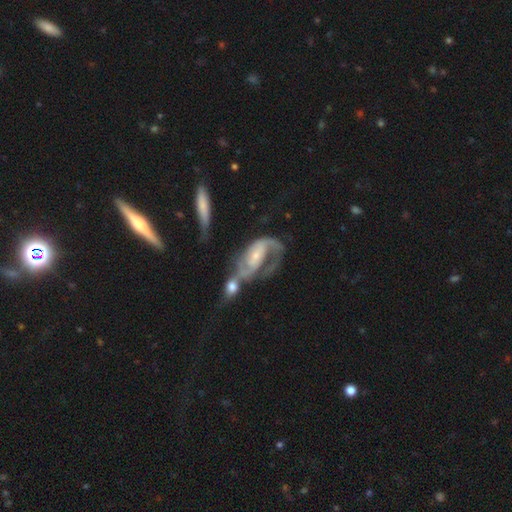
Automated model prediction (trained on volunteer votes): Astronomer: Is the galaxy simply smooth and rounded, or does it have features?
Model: featured or disk — 82%.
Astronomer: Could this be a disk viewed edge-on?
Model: no — 95%.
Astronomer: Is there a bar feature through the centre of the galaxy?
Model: no — 53% (runner-up: weak, 33%).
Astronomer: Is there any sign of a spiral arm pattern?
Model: yes — 91%.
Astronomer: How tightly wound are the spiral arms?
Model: medium — 42% (runner-up: loose, 30%).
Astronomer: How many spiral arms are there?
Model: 2 — 51% (runner-up: 1, 31%).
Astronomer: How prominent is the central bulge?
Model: small — 61%.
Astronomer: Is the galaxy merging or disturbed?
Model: merger — 41% (runner-up: major disturbance, 27%).